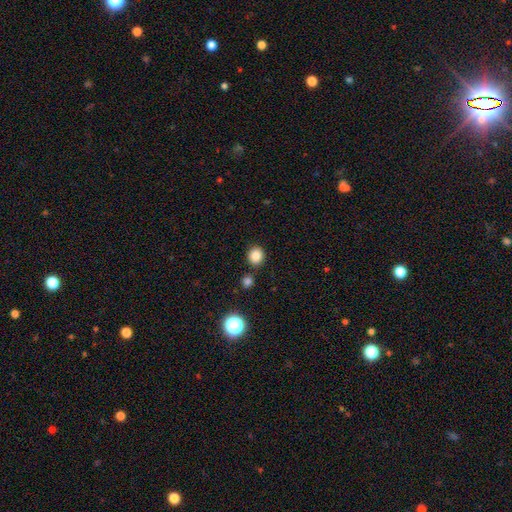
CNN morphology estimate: A smooth galaxy with no disk features (85%) that is round (82%). Merging: none (84%).